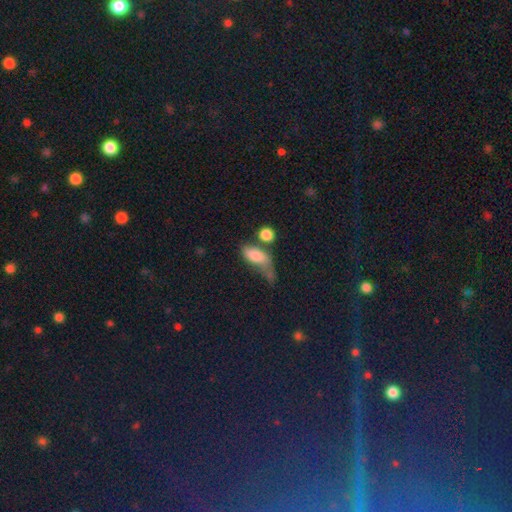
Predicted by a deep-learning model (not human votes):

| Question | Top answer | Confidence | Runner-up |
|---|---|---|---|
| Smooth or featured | smooth | 75% | featured or disk (16%) |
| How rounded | in between | 81% | cigar-shaped (12%) |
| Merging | none | 27% | major disturbance (26%) |